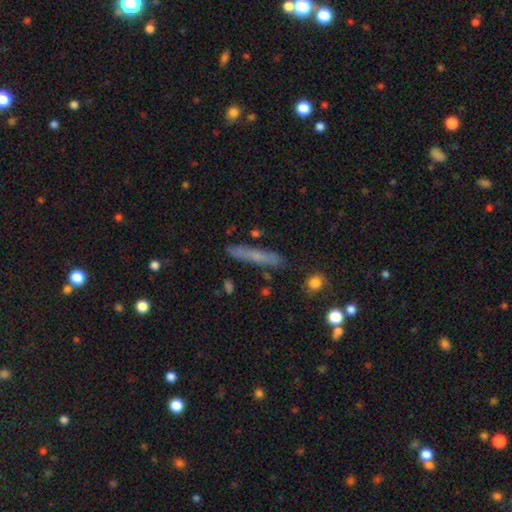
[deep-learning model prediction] This is possibly a smooth galaxy (55%). How rounded: clearly cigar-shaped (92%). Merging: clearly none (85%).